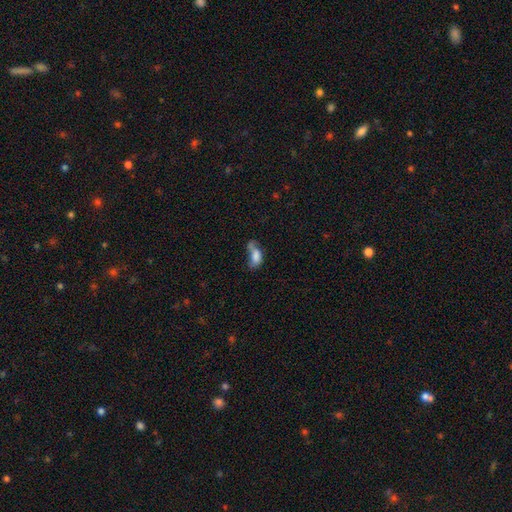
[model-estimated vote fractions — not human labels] smooth-or-featured: smooth: 69% | featured or disk: 20% | star or artifact: 11%
  how-rounded: in between: 87% | cigar-shaped: 7% | round: 6%
  merging: major disturbance: 32% | merger: 26% | none: 22% | minor disturbance: 21%